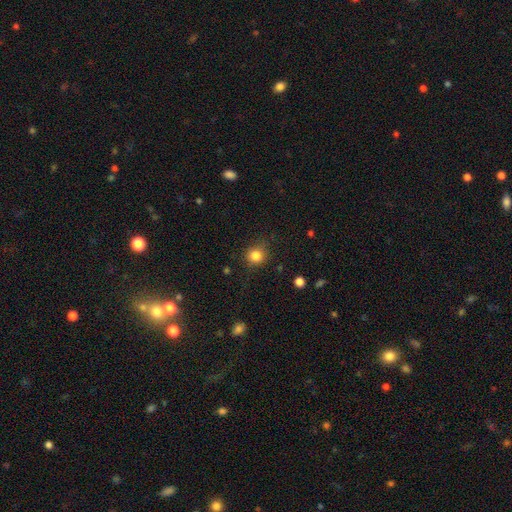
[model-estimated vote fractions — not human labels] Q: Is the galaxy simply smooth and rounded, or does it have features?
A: smooth — 84%.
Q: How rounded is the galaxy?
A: round — 87%.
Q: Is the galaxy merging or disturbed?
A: none — 82%.